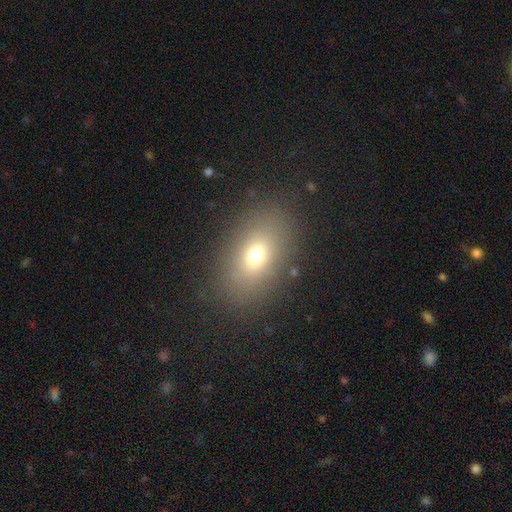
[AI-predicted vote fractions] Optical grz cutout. It shows a smooth galaxy with no disk features (70%) that is in between round and cigar-shaped (82%). Merging: none (84%).